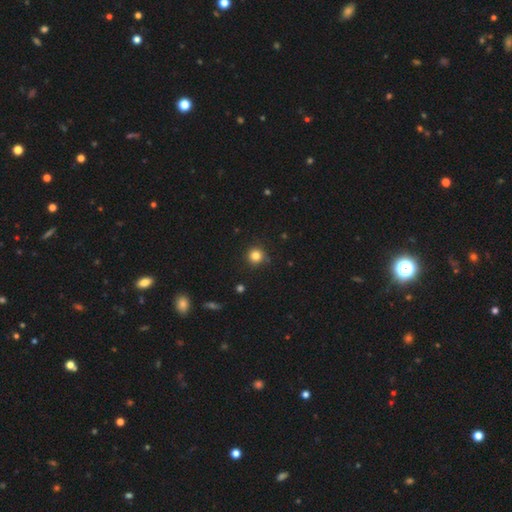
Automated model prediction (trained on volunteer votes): Morphology: type=smooth (83%); roundness=round (94%); merging=none (89%).